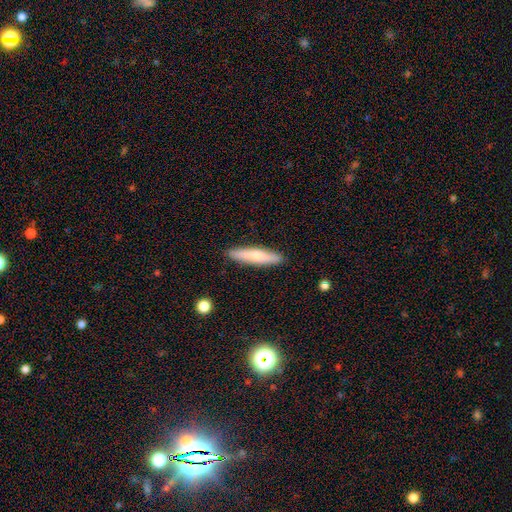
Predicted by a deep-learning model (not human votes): Overall: smooth (65%; featured or disk 30%). How rounded: cigar-shaped (86%). Merging: none (90%).